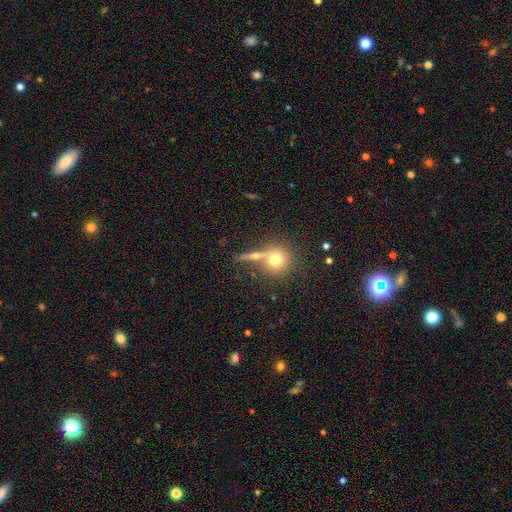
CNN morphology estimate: This appears to be a smooth galaxy with no disk features (52%) that is round (67%). Merging: none (62%).